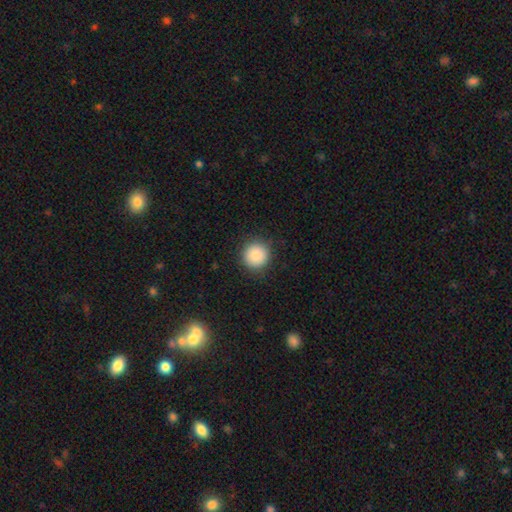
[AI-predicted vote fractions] Smooth or featured? smooth (85%)
How rounded? round (94%)
Merging? none (89%)